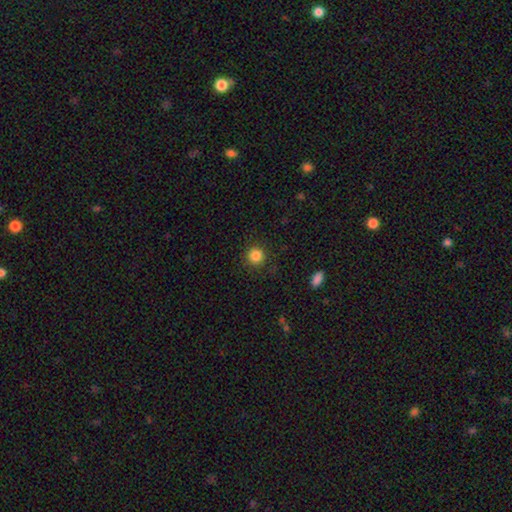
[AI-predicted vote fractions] Smooth or featured? Predicted: smooth (p=0.85). How rounded? Predicted: round (p=0.94). Merging? Predicted: none (p=0.90).